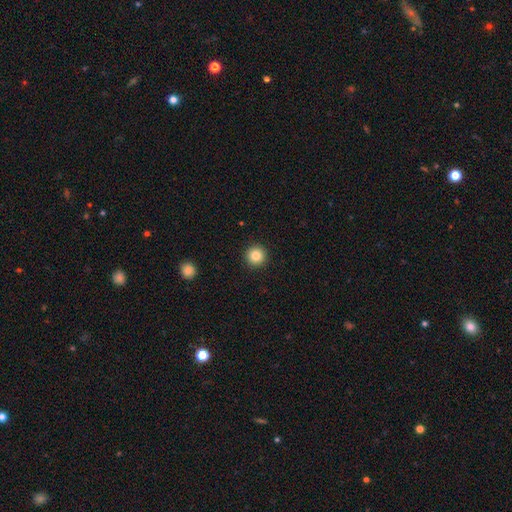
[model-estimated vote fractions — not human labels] smooth_or_featured: smooth (p=0.84) [alt: star or artifact p=0.10]
how_rounded: round (p=0.96) [alt: in between p=0.03]
merging: none (p=0.93) [alt: minor disturbance p=0.04]